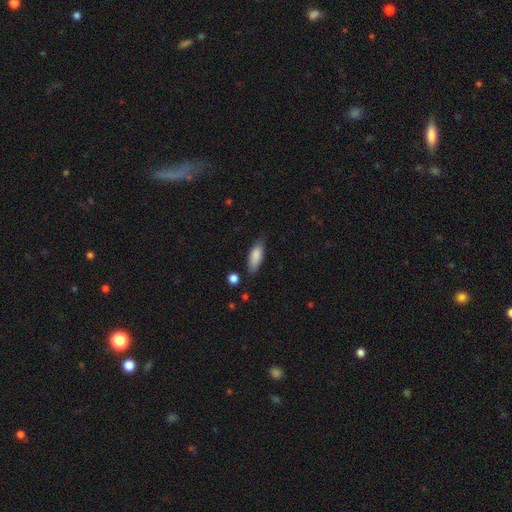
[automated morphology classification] smooth_or_featured: smooth (p=0.86) [alt: featured or disk p=0.08]
how_rounded: in between (p=0.68) [alt: cigar-shaped p=0.30]
merging: none (p=0.74) [alt: minor disturbance p=0.19]